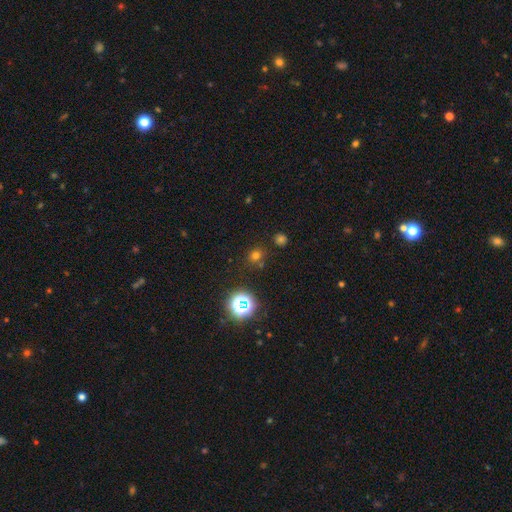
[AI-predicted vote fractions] The model was most divided on "smooth or featured": smooth: 62%, star or artifact: 31%, featured or disk: 7%. More confident: how rounded — round (83%); merging — none (78%).